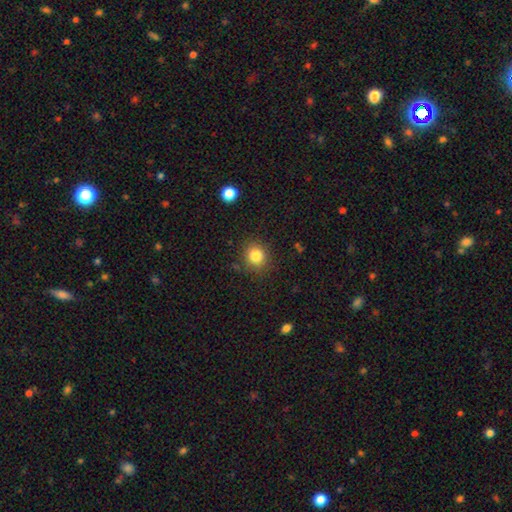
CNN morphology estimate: Smooth or featured? smooth (83%)
How rounded? round (84%)
Merging? none (86%)